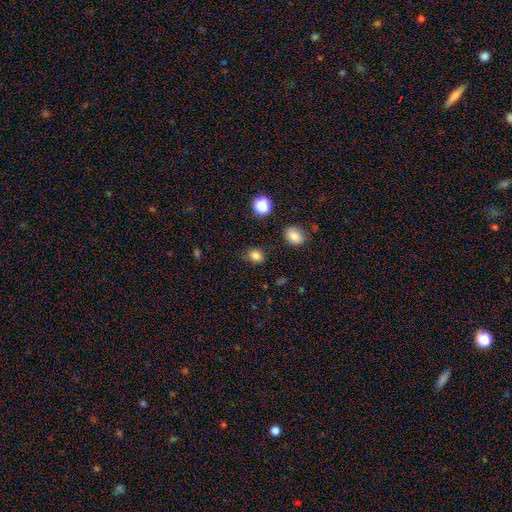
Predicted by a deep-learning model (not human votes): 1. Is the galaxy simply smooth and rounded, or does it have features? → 82% smooth, 13% star or artifact, 4% featured or disk.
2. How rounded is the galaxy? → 54% round, 45% in between, 1% cigar-shaped.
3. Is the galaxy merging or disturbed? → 80% none, 14% minor disturbance, 4% major disturbance, 2% merger.